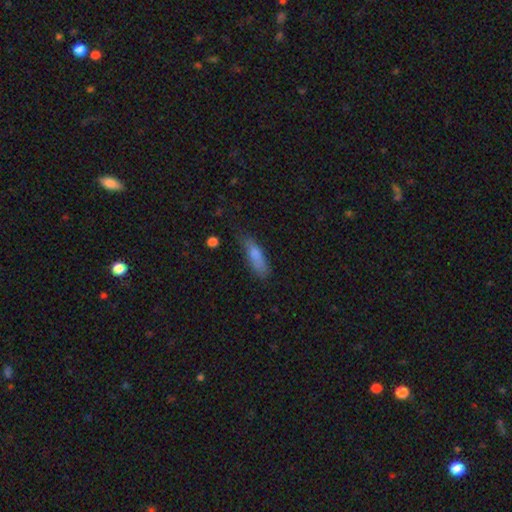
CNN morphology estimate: This appears to be a smooth galaxy with no disk features (80%) that is cigar-shaped (54%). Merging: none (60%).